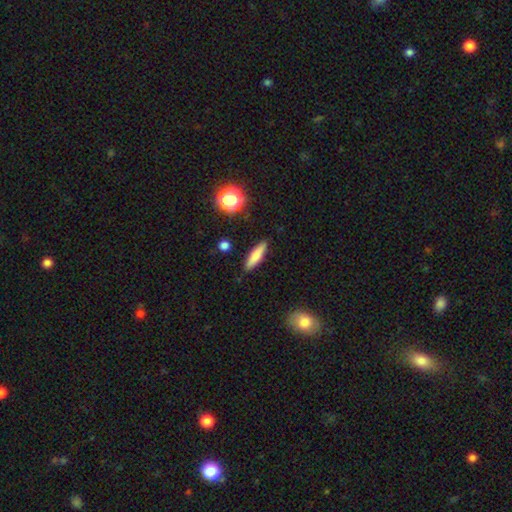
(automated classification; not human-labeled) smooth_or_featured: smooth (p=0.72) [alt: featured or disk p=0.19]
how_rounded: cigar-shaped (p=0.71) [alt: in between p=0.26]
merging: none (p=0.87) [alt: minor disturbance p=0.09]